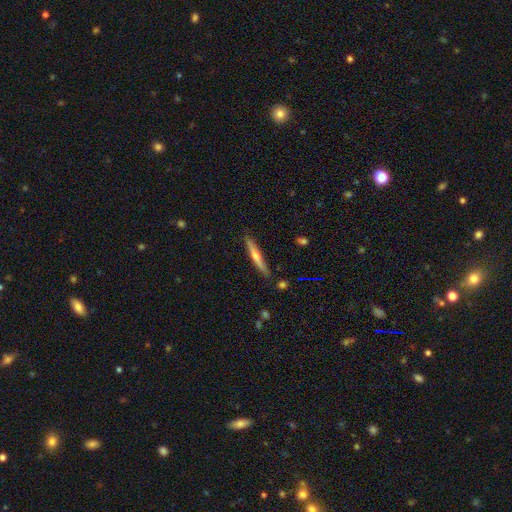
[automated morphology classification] A featured or disk galaxy (61%) viewed edge-on (96%) with a rounded central bulge (77%). Merging: none (87%).